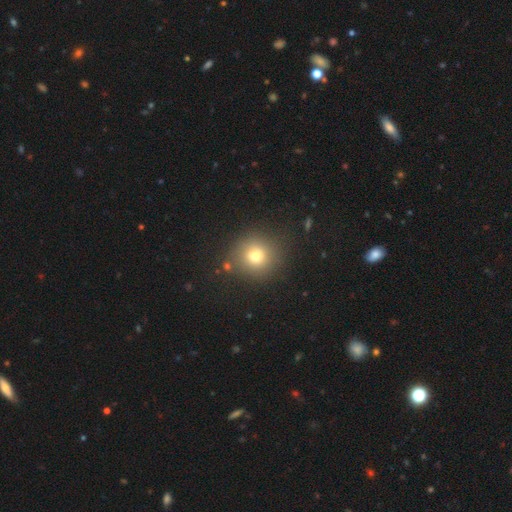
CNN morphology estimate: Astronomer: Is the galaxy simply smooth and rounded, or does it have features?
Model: smooth — 73%.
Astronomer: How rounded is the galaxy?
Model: round — 91%.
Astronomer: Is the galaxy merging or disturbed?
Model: none — 84%.